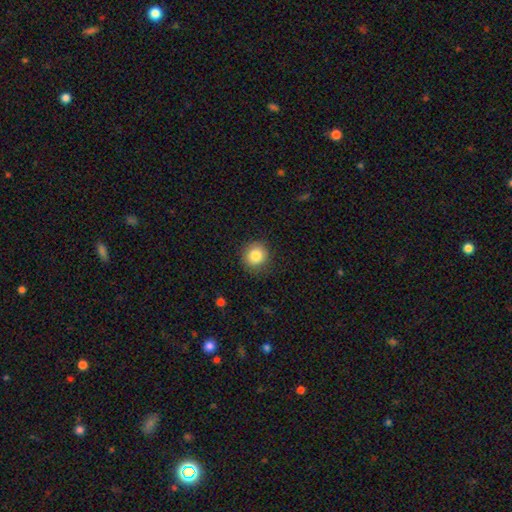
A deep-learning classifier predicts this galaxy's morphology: Q: Smooth or featured?
A: smooth (84%); runner-up: star or artifact (10%)
Q: How rounded?
A: round (91%); runner-up: in between (8%)
Q: Merging?
A: none (87%); runner-up: minor disturbance (9%)